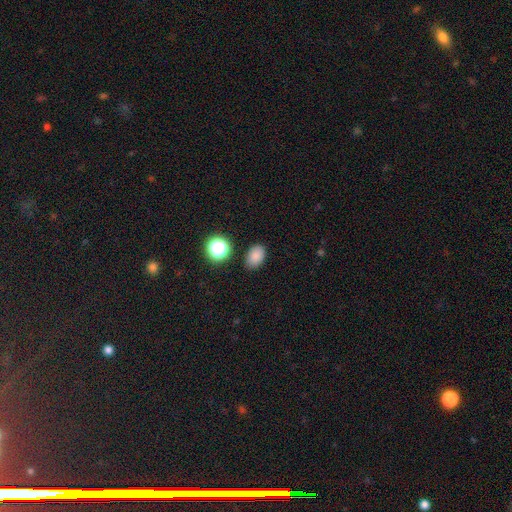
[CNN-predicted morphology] Smooth or featured? Predicted: smooth (p=0.83). How rounded? Predicted: in between (p=0.80). Merging? Predicted: none (p=0.84).